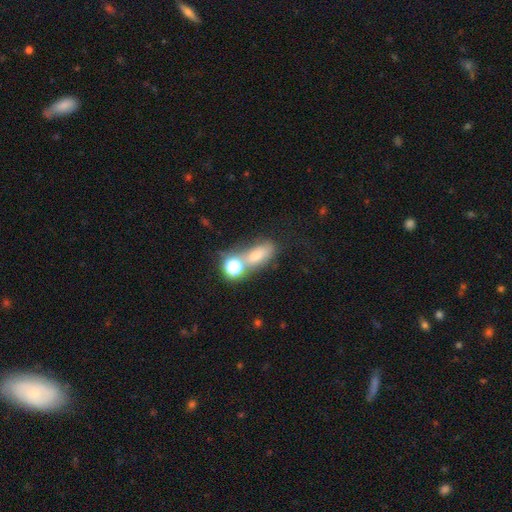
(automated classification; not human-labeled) smooth-or-featured: smooth: 64% | featured or disk: 18% | star or artifact: 18%
  how-rounded: in between: 65% | round: 24% | cigar-shaped: 12%
  merging: merger: 39% | none: 38% | minor disturbance: 14% | major disturbance: 10%